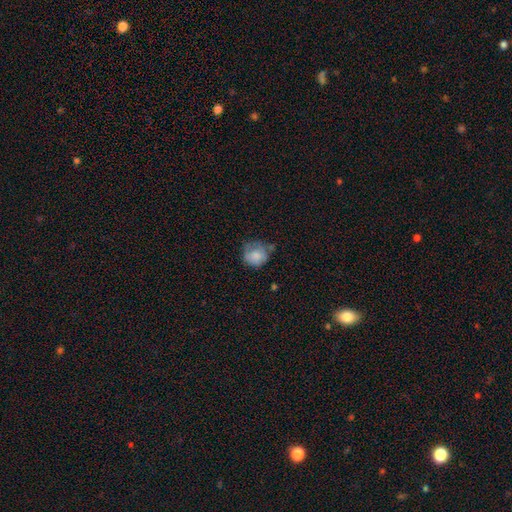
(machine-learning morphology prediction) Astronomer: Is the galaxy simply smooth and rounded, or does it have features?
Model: smooth — 74%.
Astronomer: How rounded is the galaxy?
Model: round — 77%.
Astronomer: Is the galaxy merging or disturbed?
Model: none — 45% (runner-up: minor disturbance, 36%).